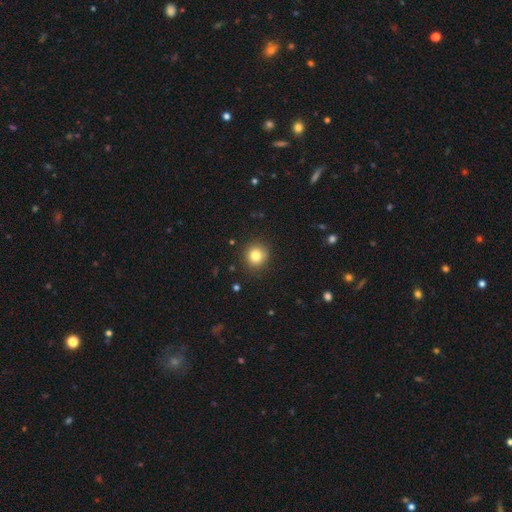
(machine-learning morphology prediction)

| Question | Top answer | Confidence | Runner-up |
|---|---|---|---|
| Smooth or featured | smooth | 82% | star or artifact (12%) |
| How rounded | round | 91% | in between (8%) |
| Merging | none | 90% | minor disturbance (7%) |